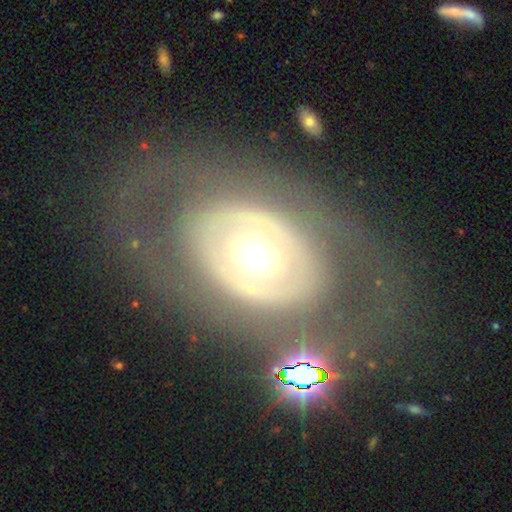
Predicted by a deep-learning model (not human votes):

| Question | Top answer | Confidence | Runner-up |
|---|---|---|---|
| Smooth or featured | featured or disk | 65% | smooth (27%) |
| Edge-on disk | no | 92% | yes (8%) |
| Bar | no | 86% | weak (9%) |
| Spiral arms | no | 85% | yes (15%) |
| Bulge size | moderate | 56% | large (30%) |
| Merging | none | 72% | major disturbance (13%) |